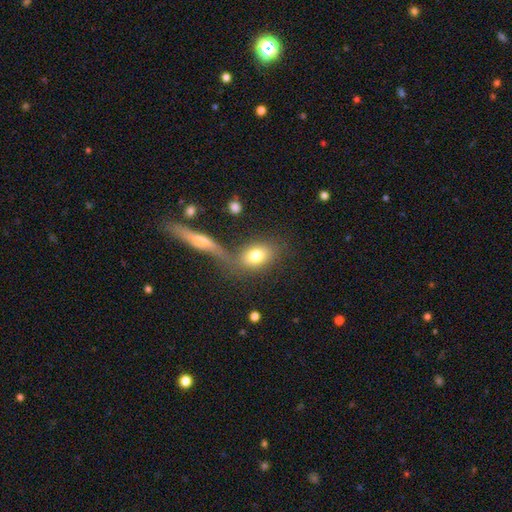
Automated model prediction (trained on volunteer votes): This is likely a smooth galaxy (77%). How rounded: likely in between (72%). Merging: possibly none (58%).